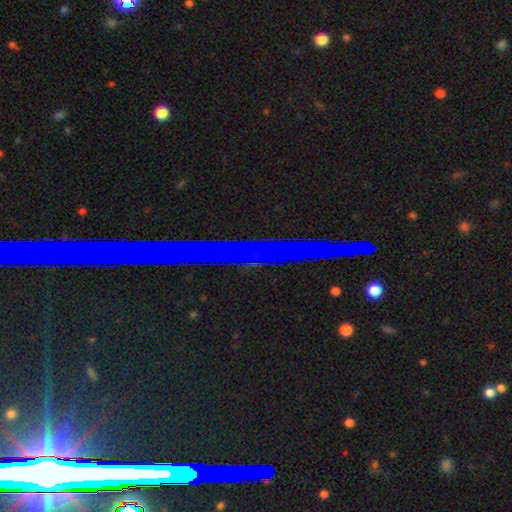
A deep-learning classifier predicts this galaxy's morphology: A star or artifact, not a galaxy (43%).

Vote fractions:
- Smooth or featured? star or artifact: 43% / featured or disk: 31% / smooth: 27%